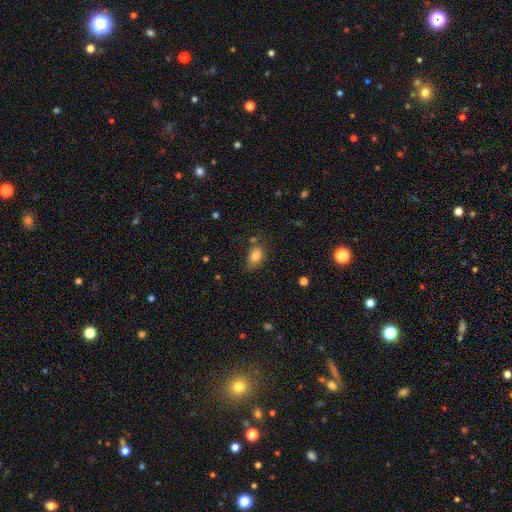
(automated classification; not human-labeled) Overall: smooth (82%). How rounded: in between (84%). Merging: none (66%).